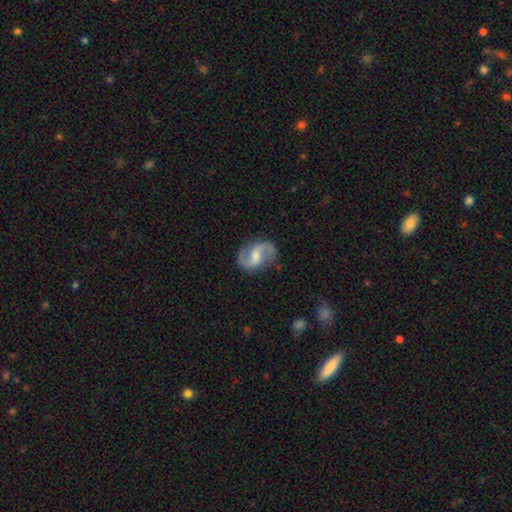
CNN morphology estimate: This is clearly a featured or disk galaxy (86%). It is clearly not viewed edge-on (98%). Bar: possibly weak (55%). Spiral arm pattern: clearly yes (96%). Spiral arm count: clearly 2 (93%). Spiral winding: possibly medium (46%). Central bulge: possibly moderate (50%). Merging: clearly none (82%).